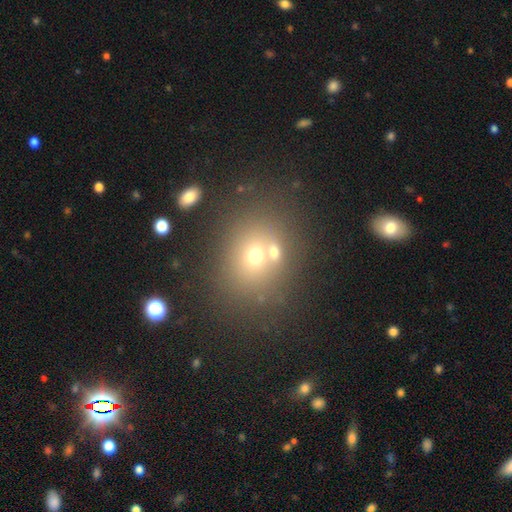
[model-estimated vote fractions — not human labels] A smooth galaxy with no disk features (60%) that is round (66%). Merging: none (60%).